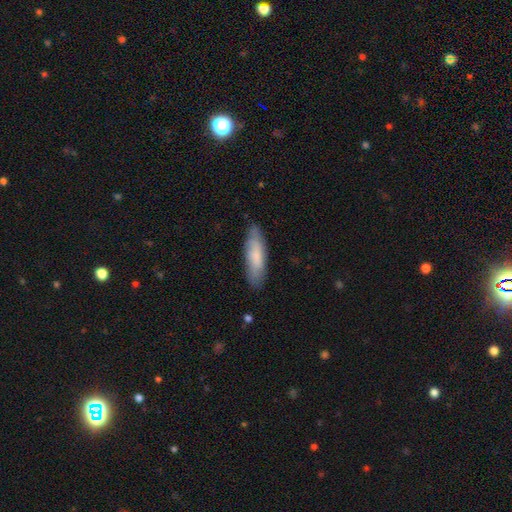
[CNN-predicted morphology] type=smooth (64%); roundness=cigar-shaped (49%, tied with in between); merging=none (78%).